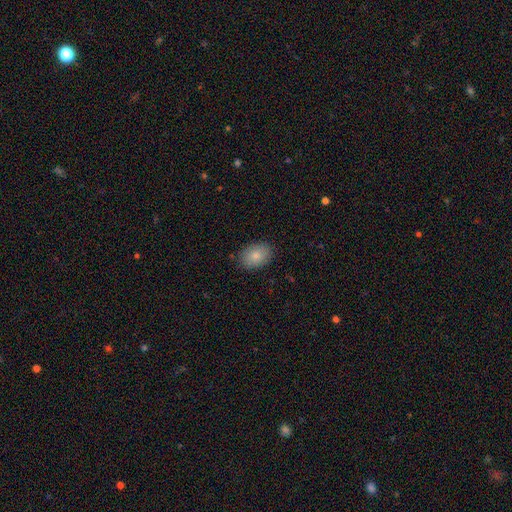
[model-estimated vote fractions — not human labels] Overall: smooth (83%). How rounded: in between (81%). Merging: none (86%).